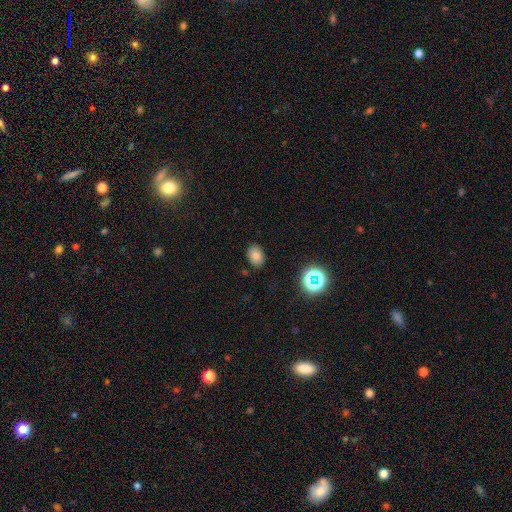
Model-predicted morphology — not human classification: Overall: smooth (77%). How rounded: in between (77%). Merging: none (85%).